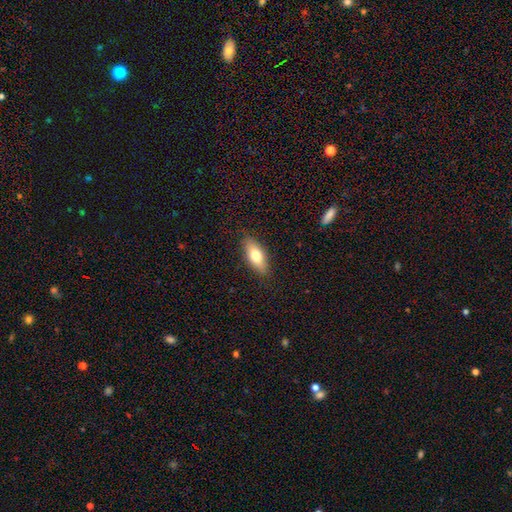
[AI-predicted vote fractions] This appears to be a smooth galaxy with no disk features (72%) that is in between round and cigar-shaped (79%). Merging: none (87%).